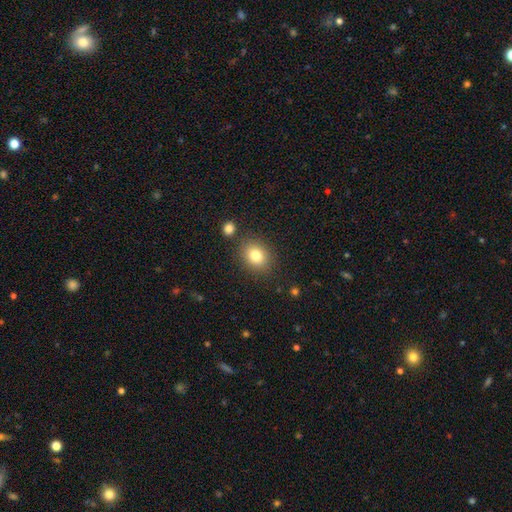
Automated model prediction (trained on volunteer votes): This is clearly a smooth galaxy (81%). How rounded: possibly round (53%). Merging: clearly none (83%).